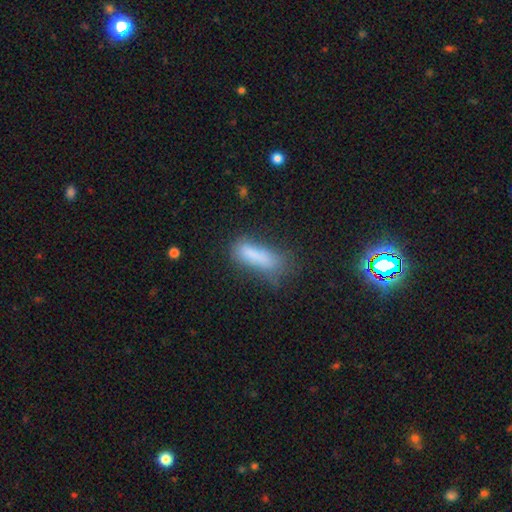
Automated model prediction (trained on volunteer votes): This appears to be a smooth galaxy with no disk features (76%) that is cigar-shaped (50%). Merging: none (42%).